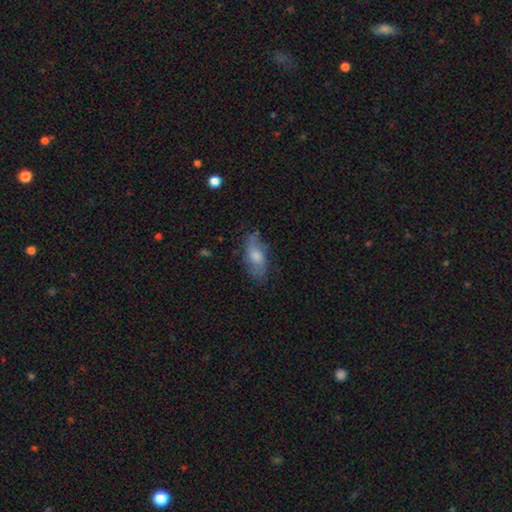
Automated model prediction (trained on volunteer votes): smooth-or-featured: smooth: 50% | featured or disk: 41% | star or artifact: 9%
  merging: none: 72% | minor disturbance: 21% | major disturbance: 6% | merger: 2%